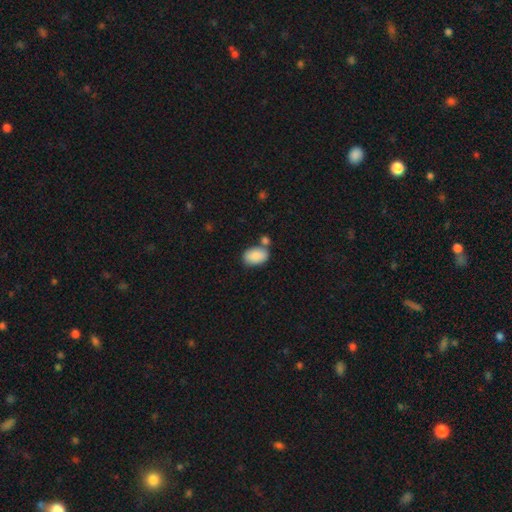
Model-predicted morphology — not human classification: Smooth or featured? Predicted: smooth (p=0.88). How rounded? Predicted: in between (p=0.91). Merging? Predicted: none (p=0.60).